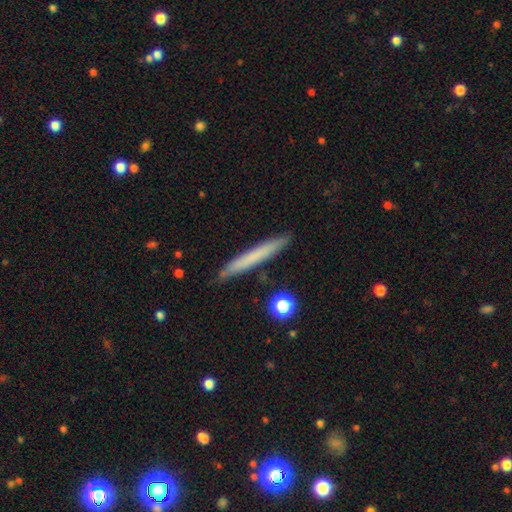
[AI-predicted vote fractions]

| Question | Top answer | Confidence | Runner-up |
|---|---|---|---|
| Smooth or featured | smooth | 66% | featured or disk (27%) |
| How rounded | cigar-shaped | 96% | in between (3%) |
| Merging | none | 87% | minor disturbance (10%) |